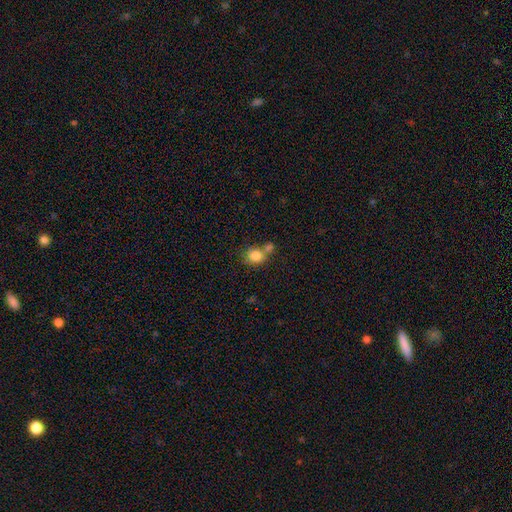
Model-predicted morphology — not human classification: smooth_or_featured: smooth (p=0.83) [alt: star or artifact p=0.10]
how_rounded: round (p=0.72) [alt: in between p=0.27]
merging: none (p=0.46) [alt: merger p=0.39]